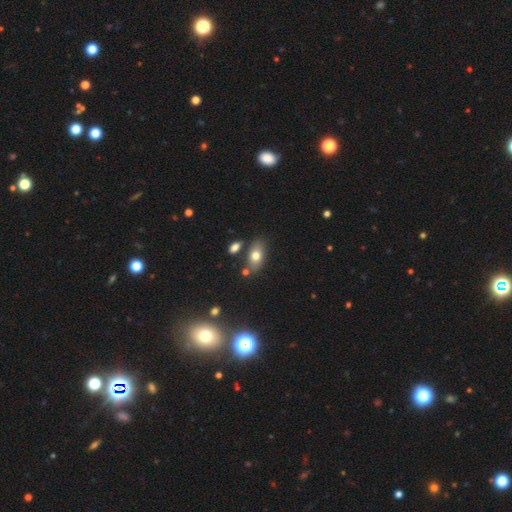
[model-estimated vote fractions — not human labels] A smooth galaxy with no disk features (74%) that is in between round and cigar-shaped (87%). Merging: none (73%).